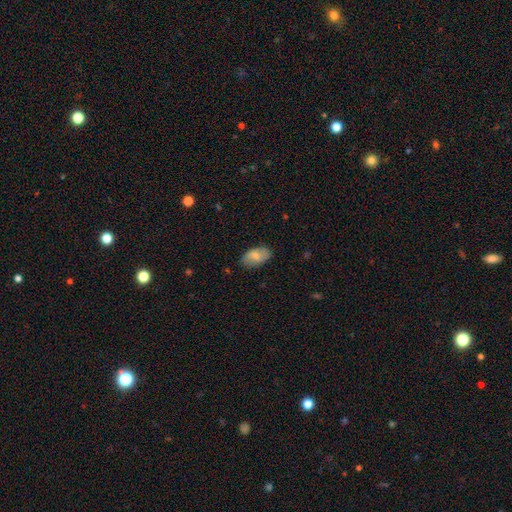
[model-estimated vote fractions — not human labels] Smooth or featured? smooth (75%)
How rounded? in between (94%)
Merging? none (81%)